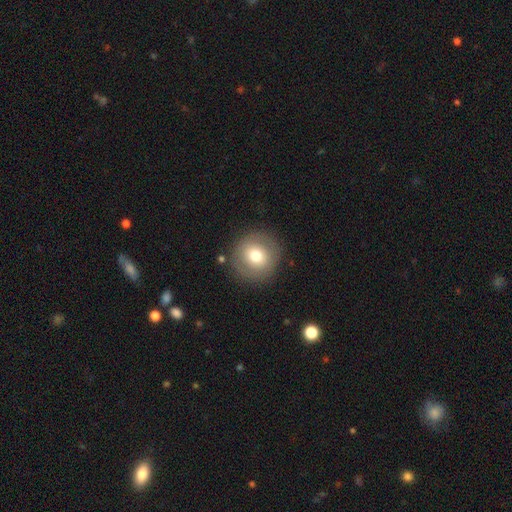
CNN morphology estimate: A smooth galaxy with no disk features (70%) that is round (94%). Merging: none (86%).